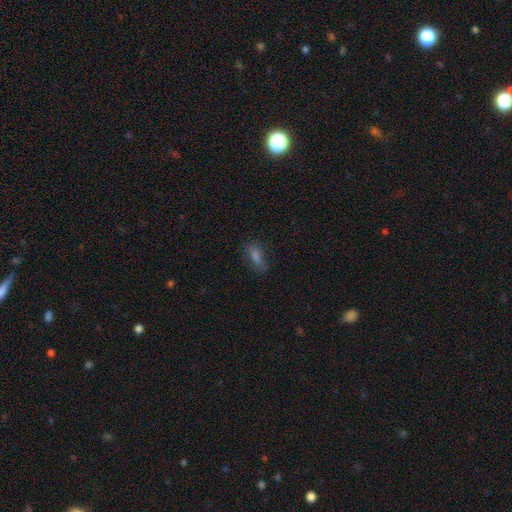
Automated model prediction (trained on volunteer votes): smooth_or_featured: smooth (p=0.58) [alt: star or artifact p=0.21]
how_rounded: in between (p=0.60) [alt: cigar-shaped p=0.34]
merging: none (p=0.72) [alt: minor disturbance p=0.19]